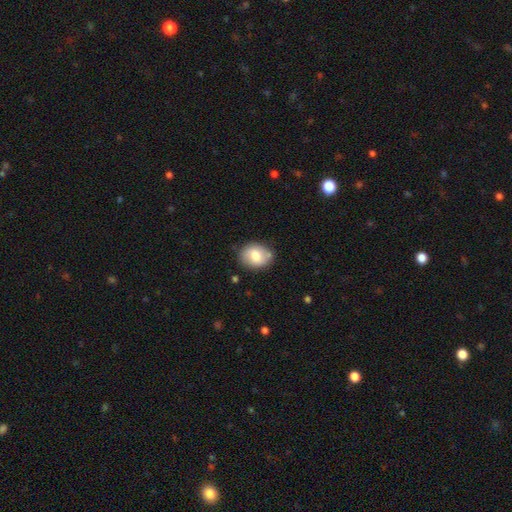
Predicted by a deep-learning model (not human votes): smooth_or_featured: smooth (p=0.74) [alt: featured or disk p=0.19]
how_rounded: in between (p=0.54) [alt: round p=0.45]
merging: none (p=0.77) [alt: minor disturbance p=0.15]